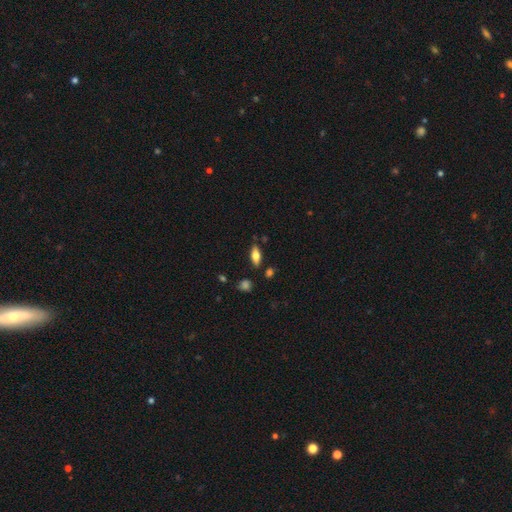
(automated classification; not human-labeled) Smooth or featured: smooth — 60% (featured or disk — 33%)
How rounded: in between — 74% (cigar-shaped — 24%)
Merging: none — 82% (minor disturbance — 12%)